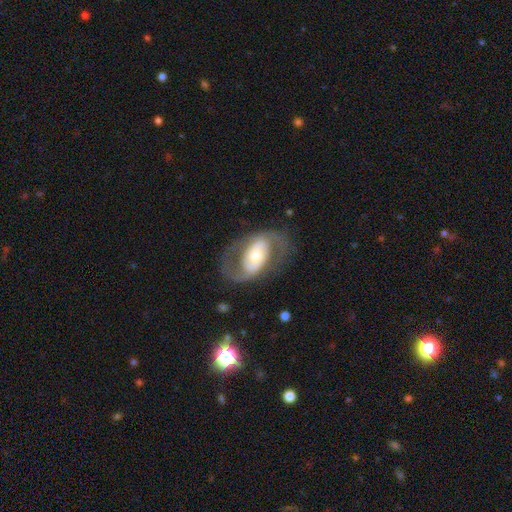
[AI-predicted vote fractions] Q: Smooth or featured?
A: featured or disk (81%); runner-up: smooth (14%)
Q: Edge-on disk?
A: no (96%); runner-up: yes (4%)
Q: Bar?
A: no (41%); runner-up: weak (35%)
Q: Spiral arms?
A: yes (85%); runner-up: no (15%)
Q: Spiral winding?
A: medium (50%); runner-up: loose (30%)
Q: Spiral arm count?
A: 2 (88%); runner-up: can't tell (6%)
Q: Bulge size?
A: moderate (58%); runner-up: small (25%)
Q: Merging?
A: none (72%); runner-up: minor disturbance (14%)